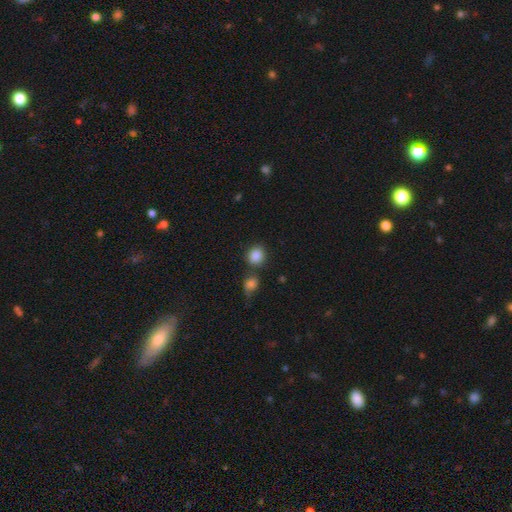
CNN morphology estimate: Overall: smooth (86%). How rounded: round (78%). Merging: none (70%).